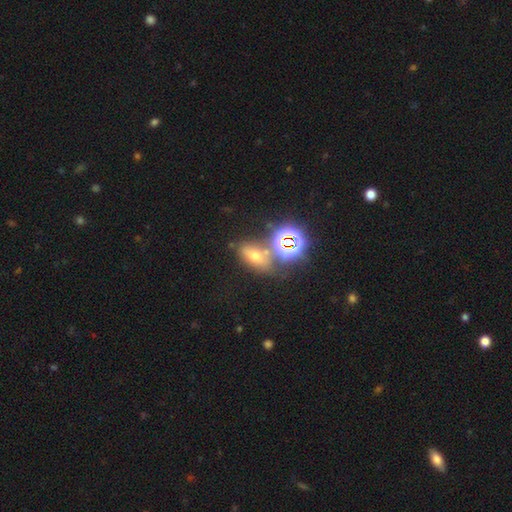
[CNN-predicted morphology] This is possibly a smooth galaxy (47%). Merging: possibly none (56%).